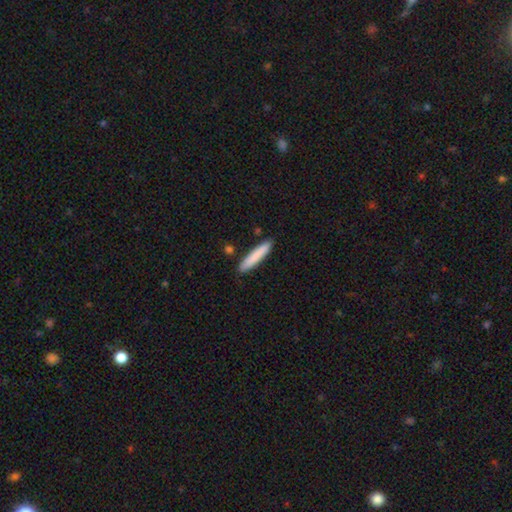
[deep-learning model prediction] This appears to be a smooth galaxy with no disk features (82%) that is cigar-shaped (91%). Merging: none (87%).